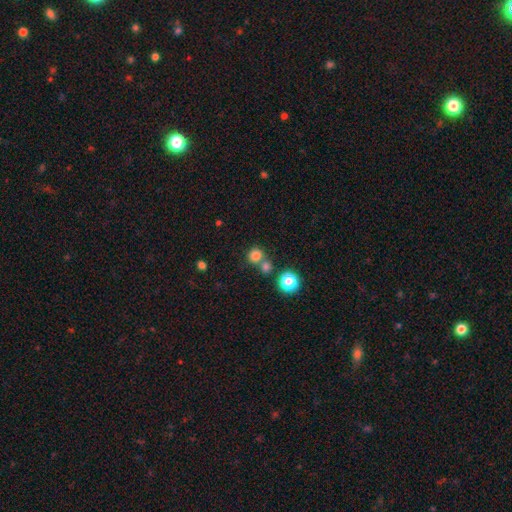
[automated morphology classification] smooth 79%, star or artifact 15%, featured or disk 6%. Down the decision tree: how rounded — round (89%); merging — none (62%).